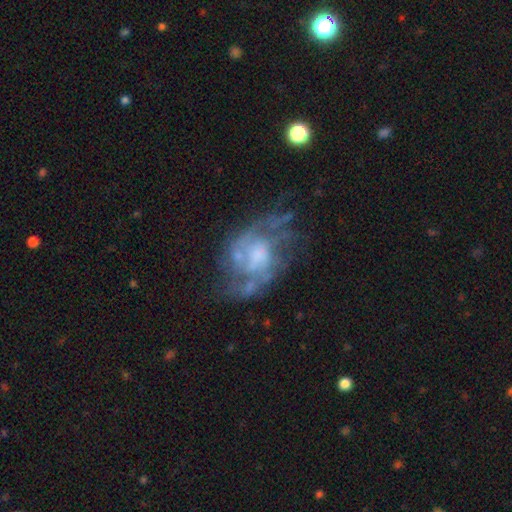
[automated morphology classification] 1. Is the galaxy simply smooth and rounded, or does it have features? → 77% featured or disk, 15% smooth, 9% star or artifact.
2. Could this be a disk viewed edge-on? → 97% no, 3% yes.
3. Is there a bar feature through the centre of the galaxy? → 69% no, 26% weak, 5% strong.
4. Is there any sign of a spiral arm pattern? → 74% yes, 26% no.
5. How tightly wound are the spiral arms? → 45% medium, 29% tight, 27% loose.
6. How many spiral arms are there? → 36% can't tell (tied), 36% 2 (tied), 13% 3, 6% 1, 6% 4, 4% more than 4.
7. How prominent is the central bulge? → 38% moderate, 25% small, 21% none, 14% large, 2% dominant.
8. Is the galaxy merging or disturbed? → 48% none, 25% major disturbance, 22% minor disturbance, 5% merger.